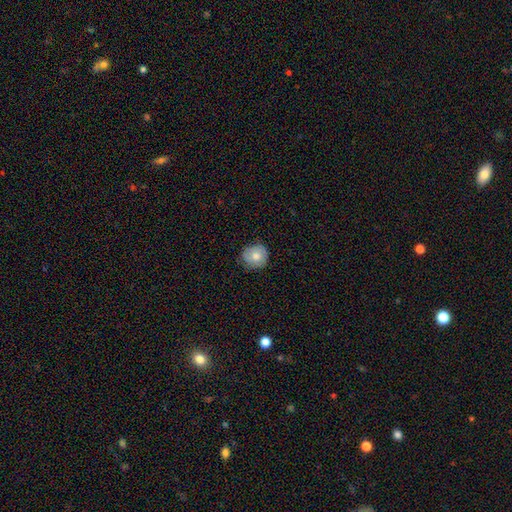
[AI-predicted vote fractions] A smooth galaxy with no disk features (72%) that is round (87%).

Vote fractions:
- Smooth or featured? smooth: 72% / featured or disk: 20% / star or artifact: 8%
- How rounded? round: 87% / in between: 12% / cigar-shaped: 1%
- Merging? none: 75% / minor disturbance: 20% / major disturbance: 4% / merger: 1%